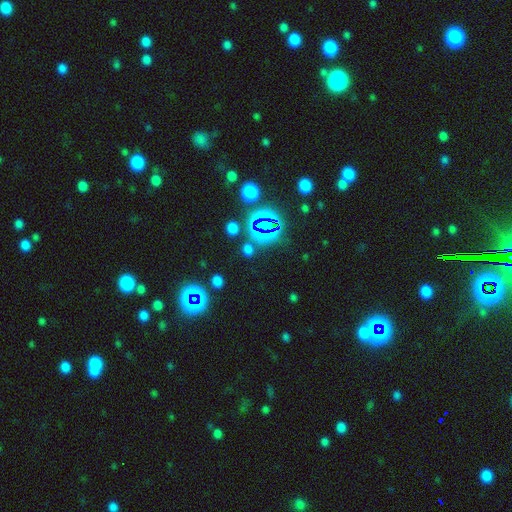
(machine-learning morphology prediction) This appears to be a star or artifact, not a galaxy (80%).